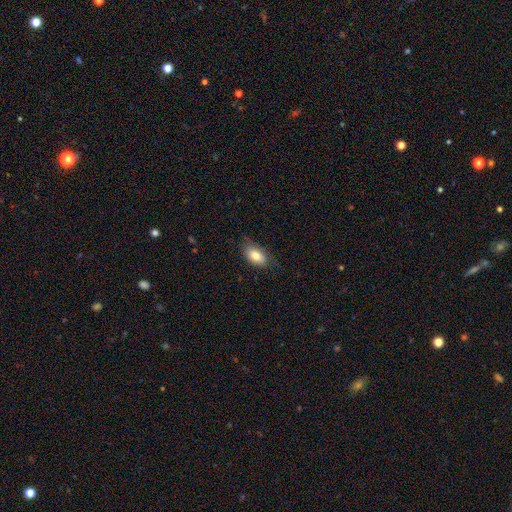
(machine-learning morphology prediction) Smooth or featured? smooth (80%)
How rounded? in between (90%)
Merging? none (73%)